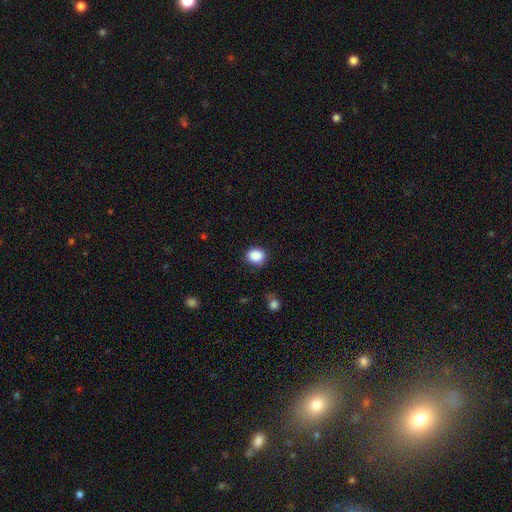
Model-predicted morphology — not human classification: A smooth galaxy with no disk features (88%) that is round (68%).

Vote fractions:
- Smooth or featured? smooth: 88% / star or artifact: 9% / featured or disk: 3%
- How rounded? round: 68% / in between: 31% / cigar-shaped: 1%
- Merging? none: 85% / minor disturbance: 10% / major disturbance: 3% / merger: 1%